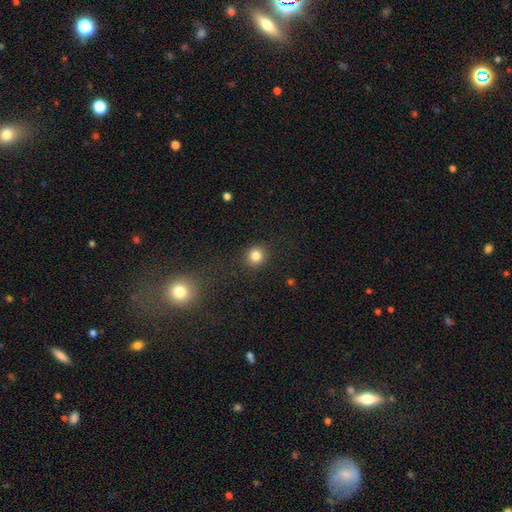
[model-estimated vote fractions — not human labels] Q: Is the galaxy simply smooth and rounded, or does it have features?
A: smooth — 82%.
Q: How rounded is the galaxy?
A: round — 88%.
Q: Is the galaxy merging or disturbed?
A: none — 89%.